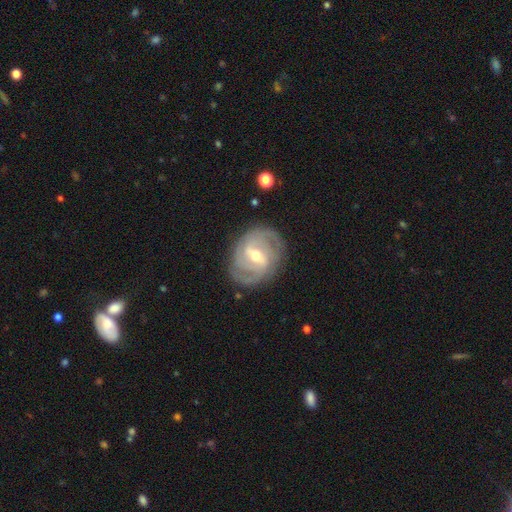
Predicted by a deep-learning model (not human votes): Q: Smooth or featured?
A: featured or disk (87%); runner-up: smooth (8%)
Q: Edge-on disk?
A: no (97%); runner-up: yes (3%)
Q: Bar?
A: weak (50%); runner-up: strong (38%)
Q: Spiral arms?
A: yes (96%); runner-up: no (4%)
Q: Spiral winding?
A: tight (51%); runner-up: medium (38%)
Q: Spiral arm count?
A: 2 (39%); runner-up: 3 (28%)
Q: Bulge size?
A: moderate (61%); runner-up: small (34%)
Q: Merging?
A: none (81%); runner-up: minor disturbance (13%)